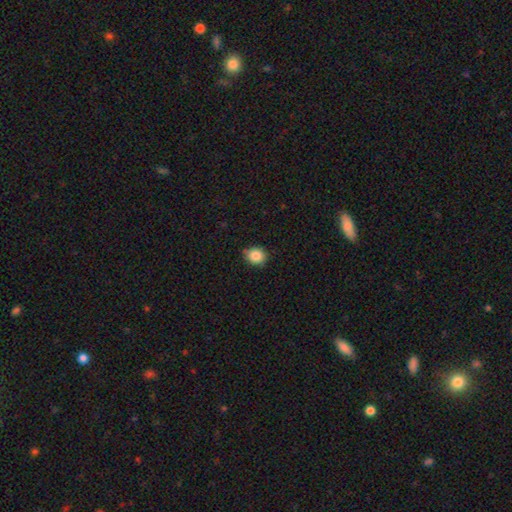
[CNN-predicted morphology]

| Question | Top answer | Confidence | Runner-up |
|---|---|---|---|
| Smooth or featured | smooth | 86% | star or artifact (10%) |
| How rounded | round | 77% | in between (22%) |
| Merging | none | 82% | minor disturbance (15%) |